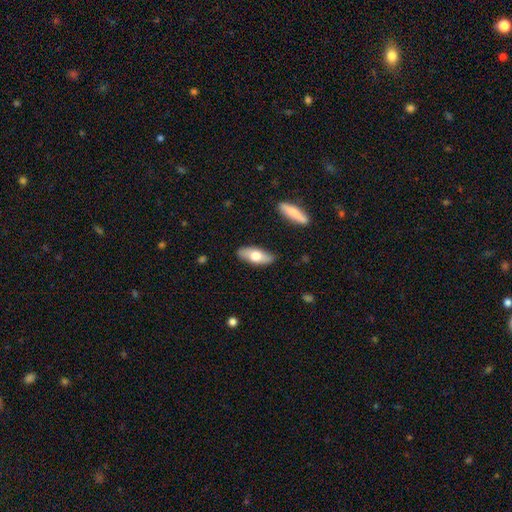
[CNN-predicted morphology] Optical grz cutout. It shows a smooth galaxy with no disk features (66%) that is in between round and cigar-shaped (75%). Merging: none (85%).